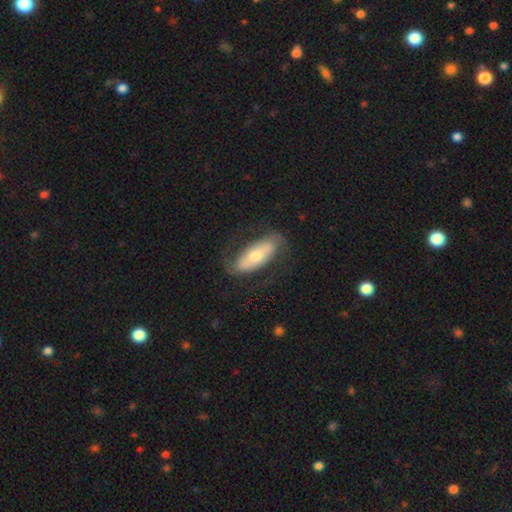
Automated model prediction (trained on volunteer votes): Smooth or featured?
  - featured or disk: 51% *
  - smooth: 40%
  - star or artifact: 9%
Edge-on disk?
  - no: 72% *
  - yes: 28%
Merging?
  - none: 74% *
  - minor disturbance: 16%
  - major disturbance: 8%
  - merger: 1%